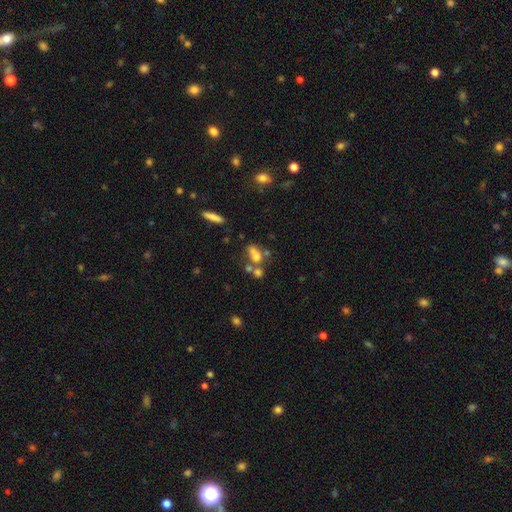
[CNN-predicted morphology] Smooth or featured: smooth — 62% (featured or disk — 22%)
How rounded: in between — 67% (round — 22%)
Merging: merger — 42% (none — 35%)